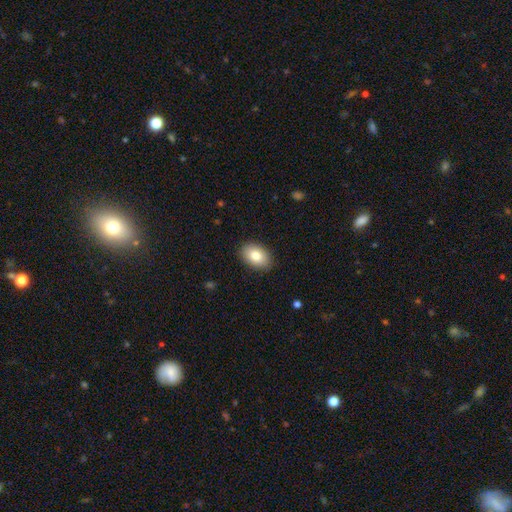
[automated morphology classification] A smooth galaxy with no disk features (83%) that is in between round and cigar-shaped (88%). Merging: none (88%).